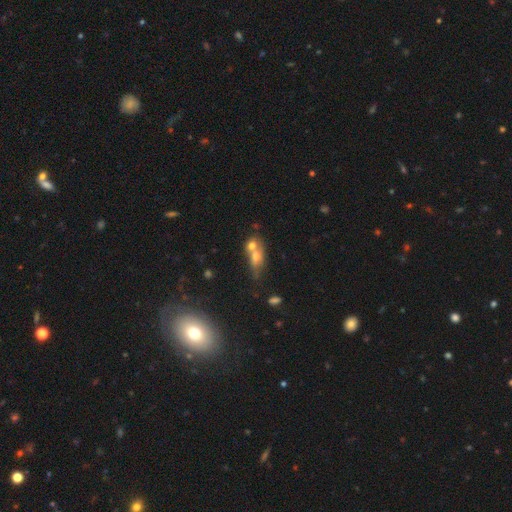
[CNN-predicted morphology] Q: Smooth or featured?
A: smooth (56%); runner-up: featured or disk (30%)
Q: How rounded?
A: in between (61%); runner-up: round (25%)
Q: Merging?
A: merger (58%); runner-up: none (27%)